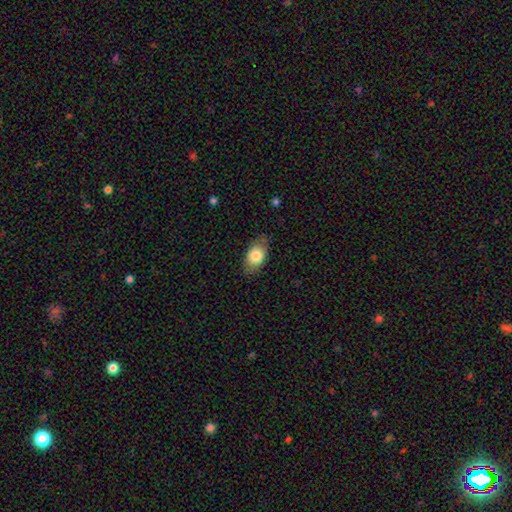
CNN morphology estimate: smooth 79%, featured or disk 14%, star or artifact 7%. Down the decision tree: how rounded — in between (88%); merging — none (80%).